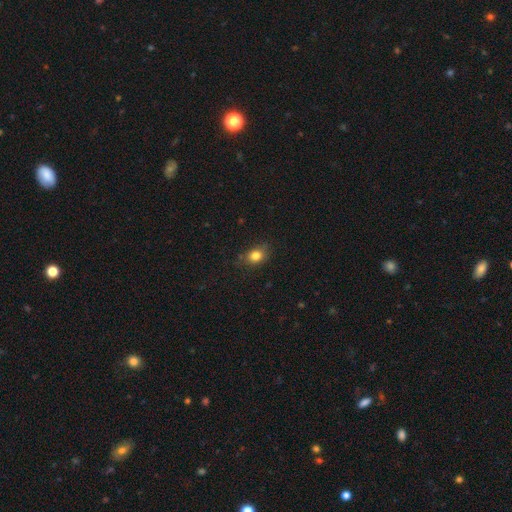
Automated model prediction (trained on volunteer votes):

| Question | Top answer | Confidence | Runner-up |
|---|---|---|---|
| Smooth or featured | smooth | 82% | star or artifact (11%) |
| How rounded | in between | 53% | round (45%) |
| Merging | none | 76% | minor disturbance (18%) |